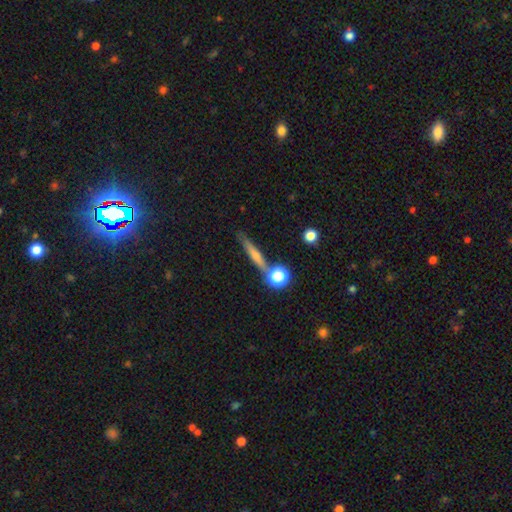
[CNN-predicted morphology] This is possibly a featured or disk galaxy (54%). It is clearly viewed edge-on (94%). Edge-on bulge: likely rounded (74%). Merging: likely none (77%).